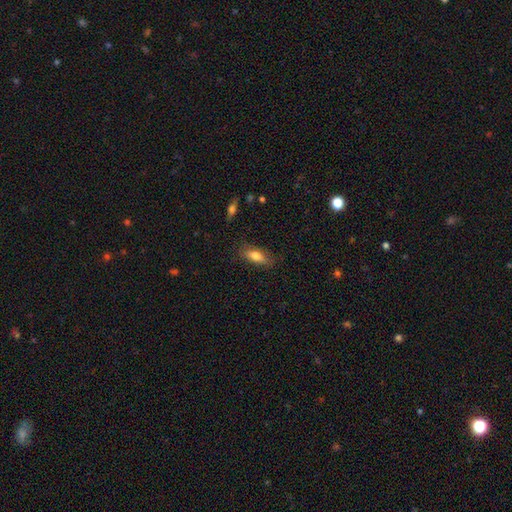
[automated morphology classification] smooth-or-featured: smooth: 77% | featured or disk: 16% | star or artifact: 7%
  how-rounded: in between: 70% | cigar-shaped: 27% | round: 3%
  merging: none: 80% | minor disturbance: 15% | major disturbance: 3% | merger: 1%